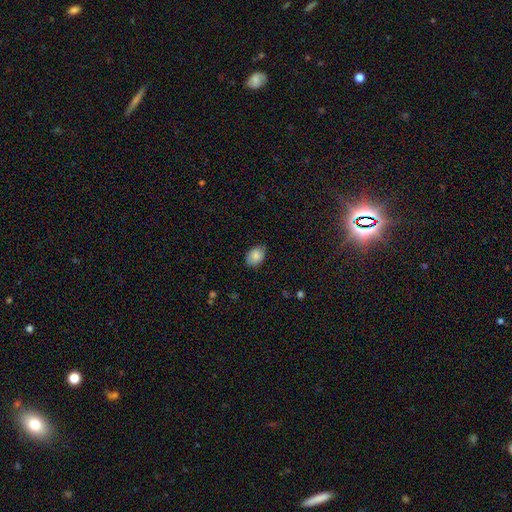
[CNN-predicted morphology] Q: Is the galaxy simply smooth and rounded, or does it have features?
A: smooth — 87%.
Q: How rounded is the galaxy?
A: in between — 74%.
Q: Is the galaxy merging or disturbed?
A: none — 79%.